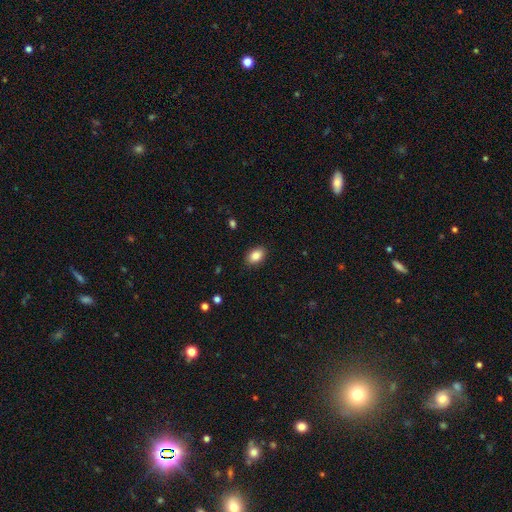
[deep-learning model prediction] Overall: smooth (87%). How rounded: in between (86%). Merging: none (88%).